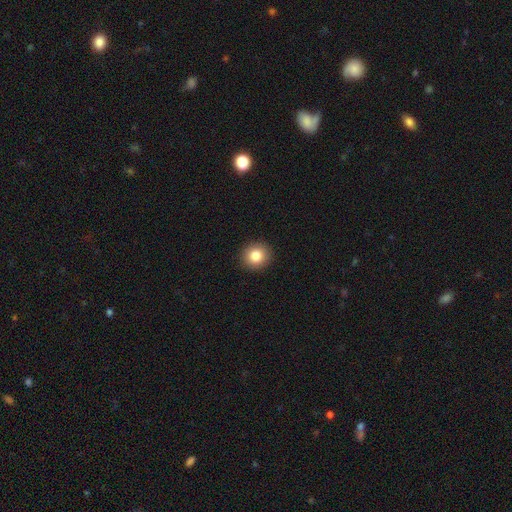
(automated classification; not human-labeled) A smooth galaxy with no disk features (84%) that is round (88%). Merging: none (92%).